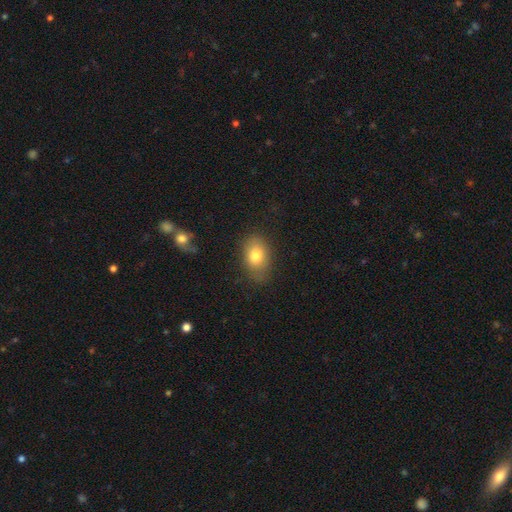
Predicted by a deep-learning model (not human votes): Morphology: type=smooth (78%); roundness=in between (80%); merging=none (77%).